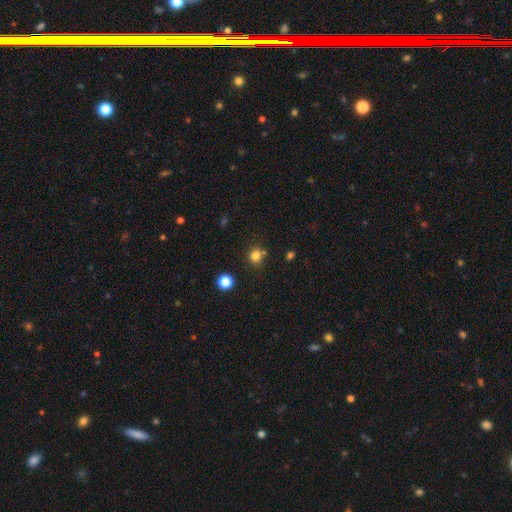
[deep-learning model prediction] This is likely a smooth galaxy (80%). How rounded: clearly round (85%). Merging: likely none (71%).